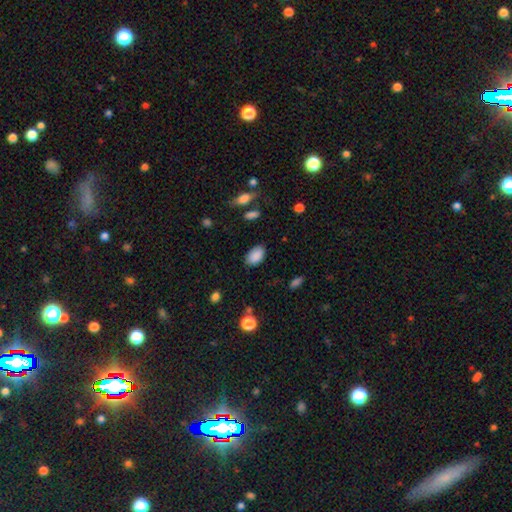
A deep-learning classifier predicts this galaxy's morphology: smooth-or-featured: smooth: 89% | star or artifact: 8% | featured or disk: 4%
  how-rounded: in between: 90% | round: 8% | cigar-shaped: 1%
  merging: none: 84% | minor disturbance: 12% | major disturbance: 3% | merger: 1%